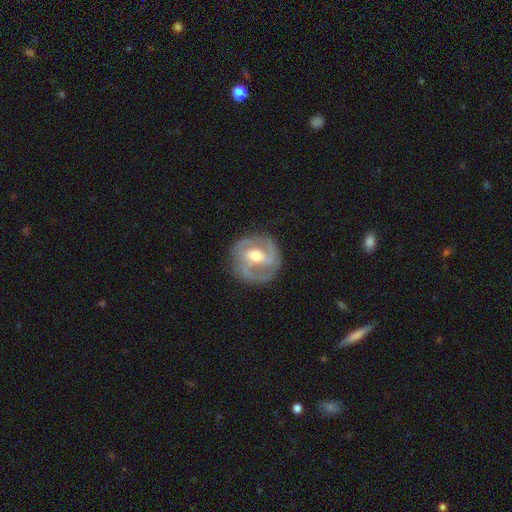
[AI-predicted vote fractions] Smooth or featured?
  - featured or disk: 86% *
  - smooth: 9%
  - star or artifact: 5%
Edge-on disk?
  - no: 97% *
  - yes: 3%
Bar?
  - weak: 44% *
  - strong: 33%
  - no: 23%
Spiral arms?
  - yes: 94% *
  - no: 6%
Spiral winding?
  - tight: 45% *
  - medium: 44%
  - loose: 11%
Spiral arm count?
  - 2: 66% *
  - 3: 17%
  - can't tell: 9%
  - 1: 3%
  - 4: 2%
  - more than 4: 2%
Bulge size?
  - moderate: 71% *
  - small: 23%
  - large: 5%
  - none: 1%
  - dominant: 1%
Merging?
  - none: 80% *
  - minor disturbance: 14%
  - major disturbance: 5%
  - merger: 1%